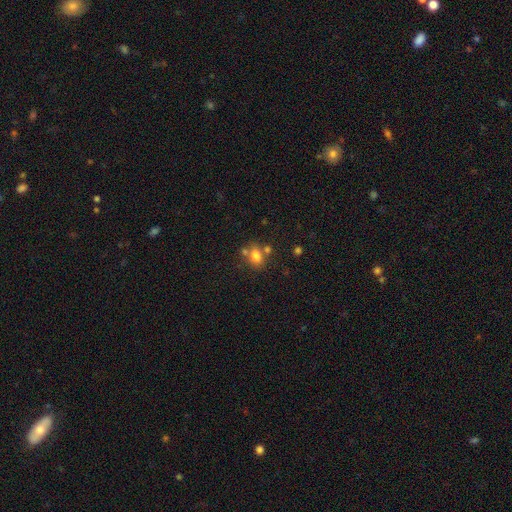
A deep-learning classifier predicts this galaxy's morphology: Smooth or featured: smooth — 77% (star or artifact — 13%)
How rounded: in between — 58% (round — 41%)
Merging: none — 57% (merger — 23%)